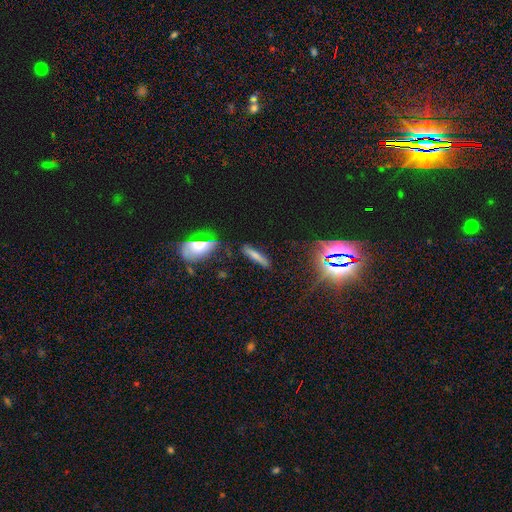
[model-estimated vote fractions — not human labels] Morphology: type=smooth (66%); roundness=cigar-shaped (87%); merging=none (78%).